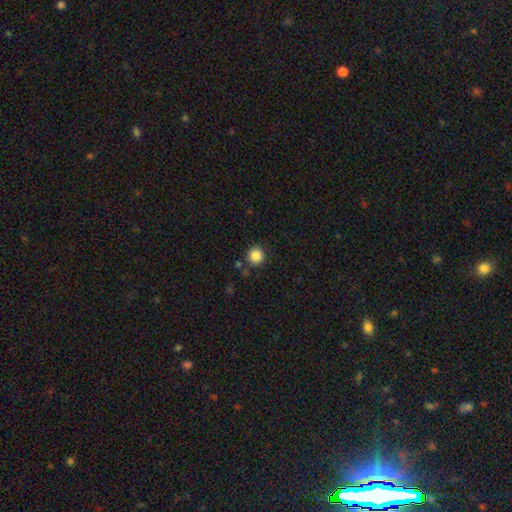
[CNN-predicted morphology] smooth-or-featured: smooth: 86% | star or artifact: 10% | featured or disk: 4%
  how-rounded: round: 94% | in between: 6% | cigar-shaped: 1%
  merging: none: 84% | minor disturbance: 8% | merger: 5% | major disturbance: 3%